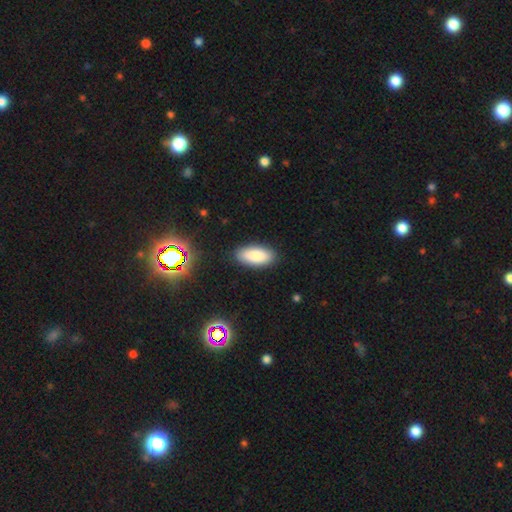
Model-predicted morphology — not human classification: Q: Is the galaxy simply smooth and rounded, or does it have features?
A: smooth — 85%.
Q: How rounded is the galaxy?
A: in between — 88%.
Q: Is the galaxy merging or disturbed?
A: none — 88%.